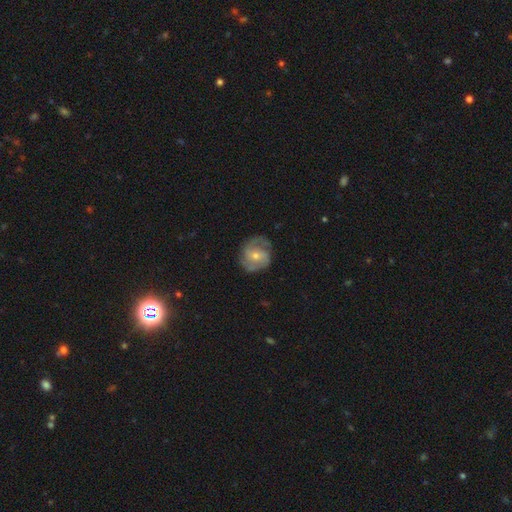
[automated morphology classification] The model was most divided on "spiral winding": medium: 44%, tight: 43%, loose: 13%. Remaining: edge-on disk — no (97%); spiral arms — yes (93%); smooth or featured — featured or disk (77%); merging — none (76%); spiral arm count — 2 (63%); bulge size — small (51%); bar — no (49%).